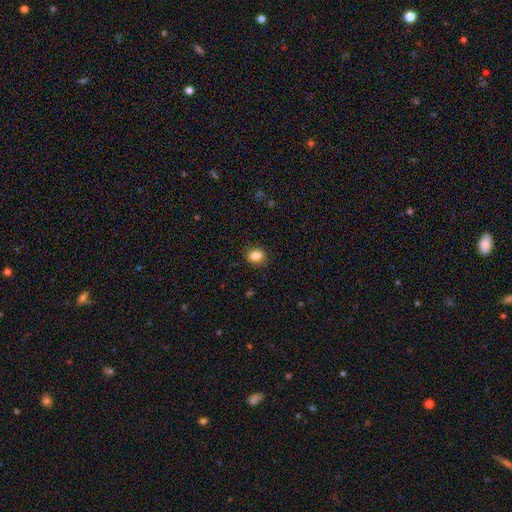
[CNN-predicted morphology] The model was most divided on "how rounded": in between: 58%, round: 40%, cigar-shaped: 1%. More confident: merging — none (87%); smooth or featured — smooth (85%).